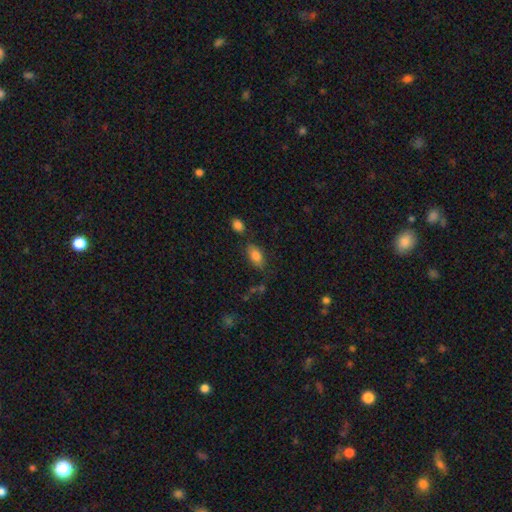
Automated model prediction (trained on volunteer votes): The model was most divided on "merging": none: 71%, minor disturbance: 17%, merger: 7%, major disturbance: 5%. More confident: how rounded — in between (88%); smooth or featured — smooth (82%).